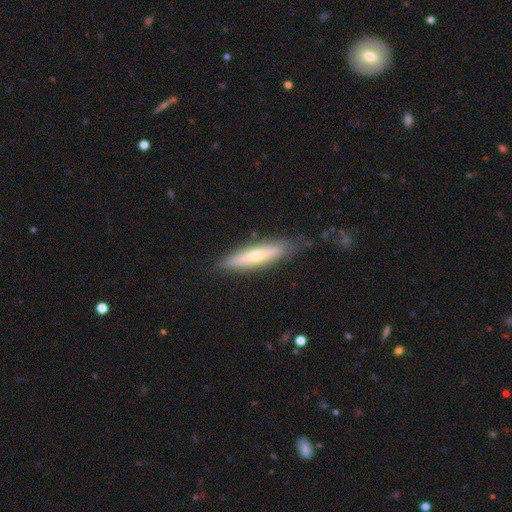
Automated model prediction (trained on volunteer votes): featured or disk 47% (tied), smooth 47% (tied), star or artifact 6%. Down the decision tree: merging — none (76%).